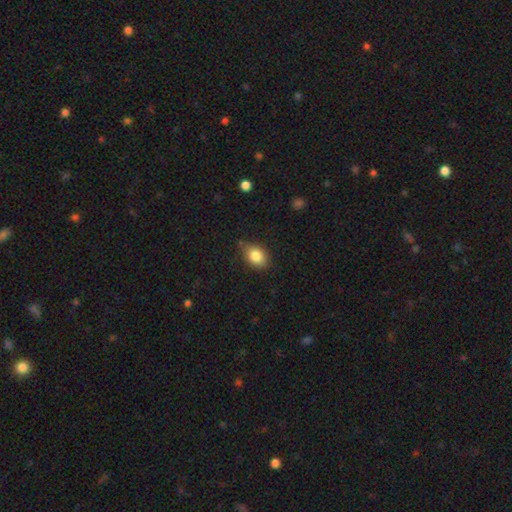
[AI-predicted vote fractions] Smooth or featured? Predicted: smooth (p=0.84). How rounded? Predicted: in between (p=0.77). Merging? Predicted: none (p=0.74).